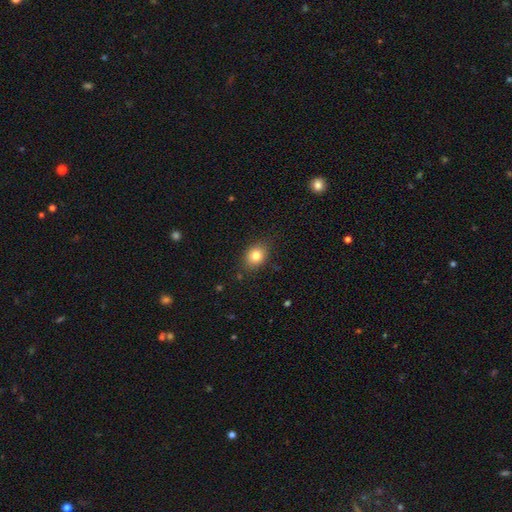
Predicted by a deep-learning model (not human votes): Morphology: type=smooth (81%); roundness=in between (52%); merging=none (83%).